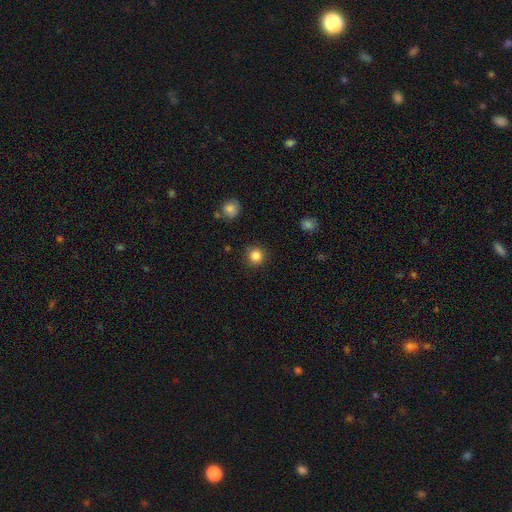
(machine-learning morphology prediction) Q: Smooth or featured?
A: smooth (85%); runner-up: star or artifact (11%)
Q: How rounded?
A: round (94%); runner-up: in between (5%)
Q: Merging?
A: none (89%); runner-up: minor disturbance (7%)